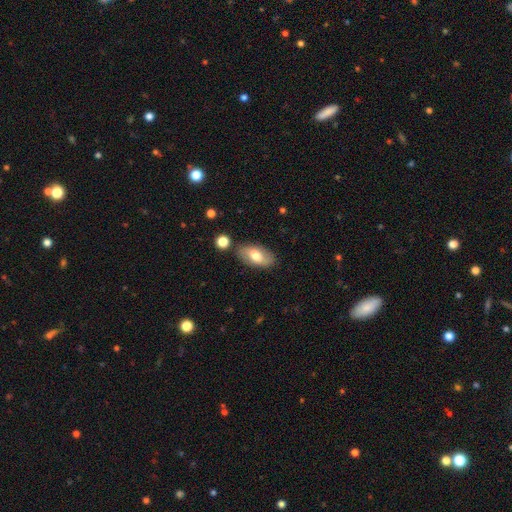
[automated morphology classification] This appears to be a smooth galaxy with no disk features (66%) that is in between round and cigar-shaped (92%). Merging: none (80%).